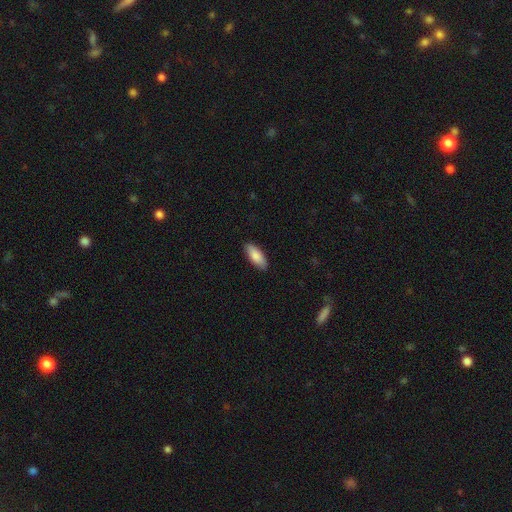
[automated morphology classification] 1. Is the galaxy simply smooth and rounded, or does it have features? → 87% smooth, 8% featured or disk, 5% star or artifact.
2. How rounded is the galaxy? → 79% in between, 20% cigar-shaped, 2% round.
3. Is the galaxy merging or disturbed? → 87% none, 10% minor disturbance, 2% major disturbance, 1% merger.